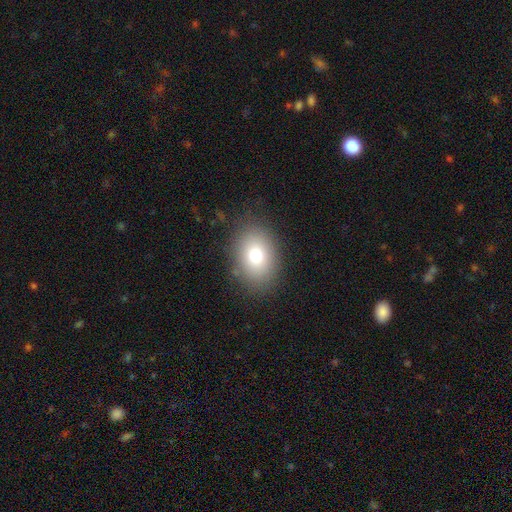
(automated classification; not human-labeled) Smooth or featured? smooth (78%)
How rounded? in between (73%)
Merging? none (84%)